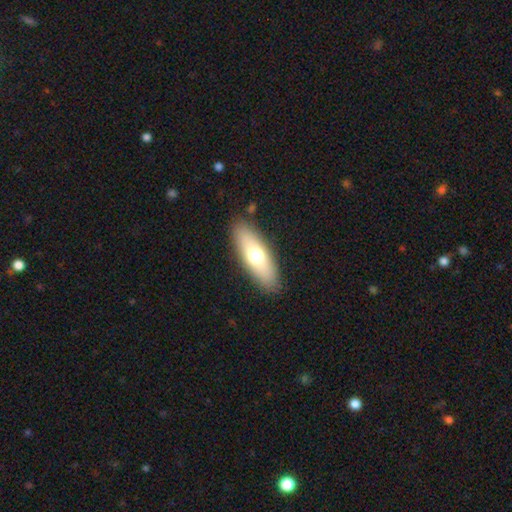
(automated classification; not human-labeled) Overall: smooth (66%; featured or disk 28%). How rounded: in between (62%; cigar-shaped 35%). Merging: none (88%).